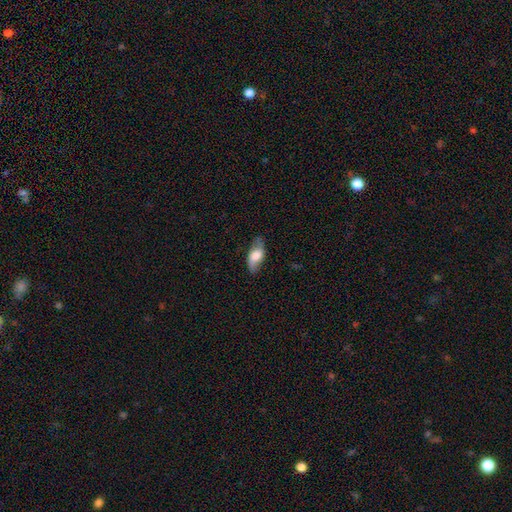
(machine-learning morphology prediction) A smooth galaxy with no disk features (55%) that is in between round and cigar-shaped (86%).

Vote fractions:
- Smooth or featured? smooth: 55% / featured or disk: 38% / star or artifact: 7%
- How rounded? in between: 86% / cigar-shaped: 10% / round: 4%
- Merging? none: 73% / minor disturbance: 20% / major disturbance: 5% / merger: 1%